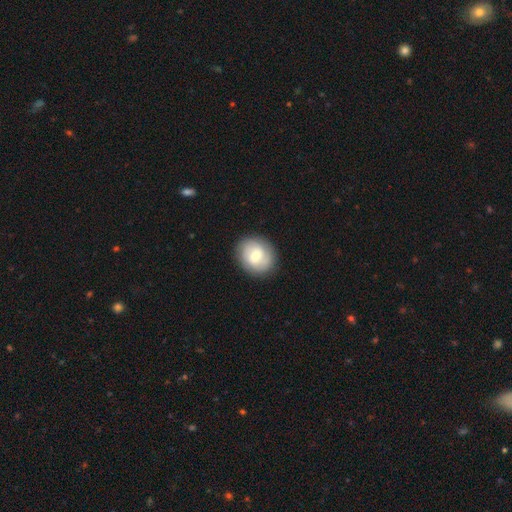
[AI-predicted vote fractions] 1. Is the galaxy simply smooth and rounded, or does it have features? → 58% smooth, 35% featured or disk, 7% star or artifact.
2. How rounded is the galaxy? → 71% round, 28% in between, 1% cigar-shaped.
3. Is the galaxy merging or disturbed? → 87% none, 9% minor disturbance, 3% major disturbance, 1% merger.